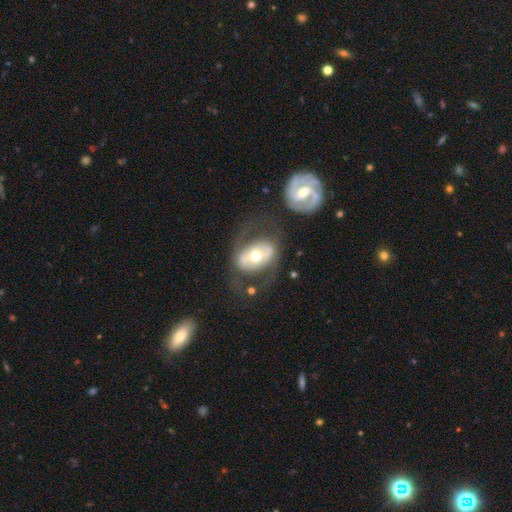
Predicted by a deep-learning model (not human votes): A featured or disk galaxy (66%) with no bar (40%), spiral arms (53%) and a moderate central bulge (71%).

Vote fractions:
- Smooth or featured? featured or disk: 66% / smooth: 28% / star or artifact: 6%
- Edge-on disk? no: 93% / yes: 7%
- Bar? no: 40% / strong: 34% / weak: 25%
- Spiral arms? yes: 53% / no: 47%
- Bulge size? moderate: 71% / small: 16% / large: 10% / dominant: 2% / none: 1%
- Merging? none: 56% / major disturbance: 20% / minor disturbance: 17% / merger: 7%